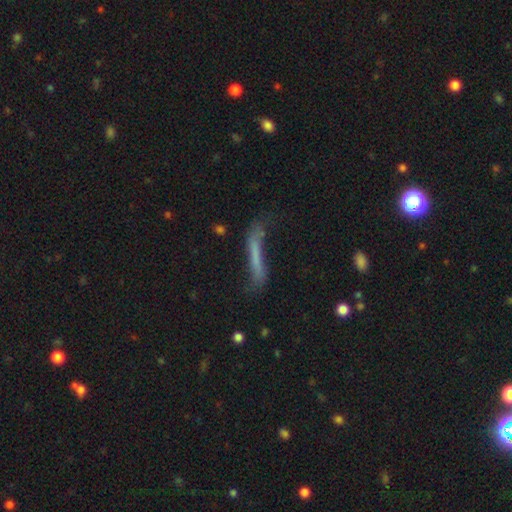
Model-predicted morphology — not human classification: Smooth or featured: smooth — 54% (featured or disk — 35%)
How rounded: cigar-shaped — 90% (in between — 8%)
Merging: none — 43% (minor disturbance — 26%)